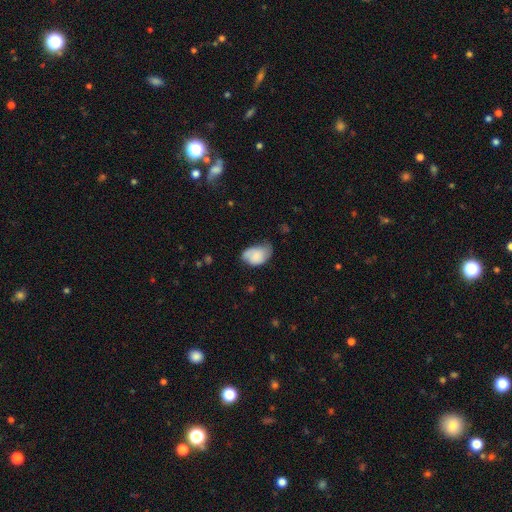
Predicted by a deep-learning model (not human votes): A smooth galaxy with no disk features (72%) that is in between round and cigar-shaped (85%). Merging: minor disturbance (46%).